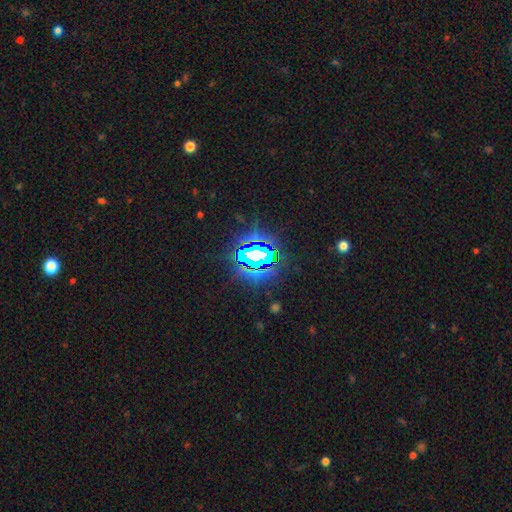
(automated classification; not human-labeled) Smooth or featured: star or artifact — 75% (featured or disk — 12%)